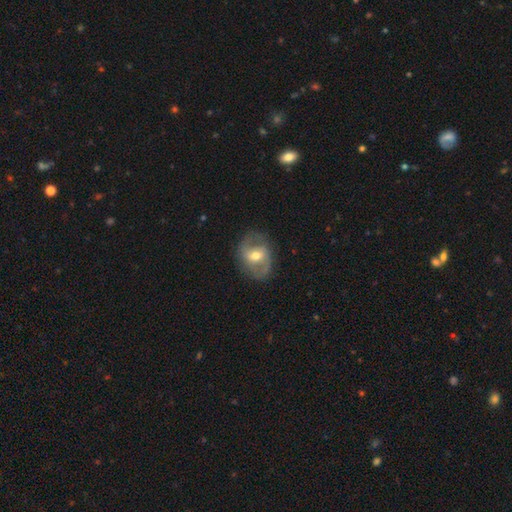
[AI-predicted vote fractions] Smooth or featured: featured or disk — 72% (smooth — 22%)
Edge-on disk: no — 96% (yes — 4%)
Bar: weak — 45% (no — 32%)
Spiral arms: yes — 81% (no — 19%)
Spiral winding: medium — 49% (loose — 32%)
Spiral arm count: 2 — 87% (can't tell — 7%)
Bulge size: moderate — 69% (small — 23%)
Merging: none — 78% (minor disturbance — 14%)